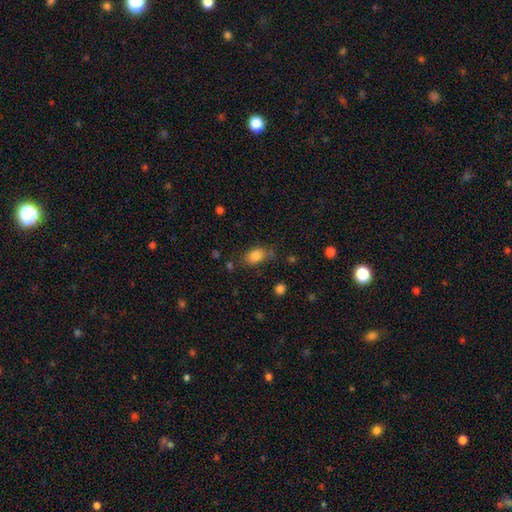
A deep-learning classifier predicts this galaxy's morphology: type=smooth (84%); roundness=in between (82%); merging=none (66%).